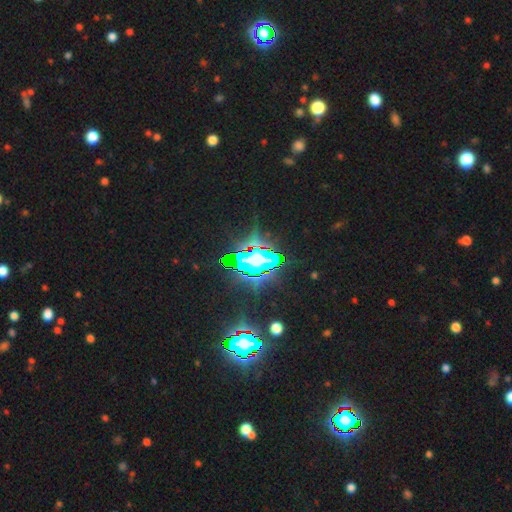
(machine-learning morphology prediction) Overall: star or artifact (78%).